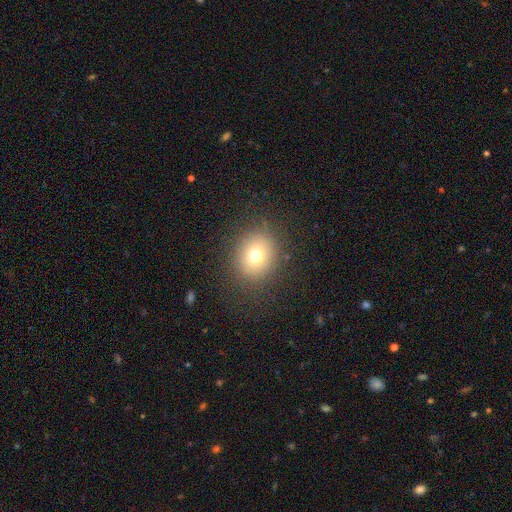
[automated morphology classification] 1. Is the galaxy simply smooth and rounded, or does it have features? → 71% smooth, 16% star or artifact, 13% featured or disk.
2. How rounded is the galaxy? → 73% round, 26% in between, 1% cigar-shaped.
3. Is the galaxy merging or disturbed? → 85% none, 9% minor disturbance, 5% major disturbance, 1% merger.